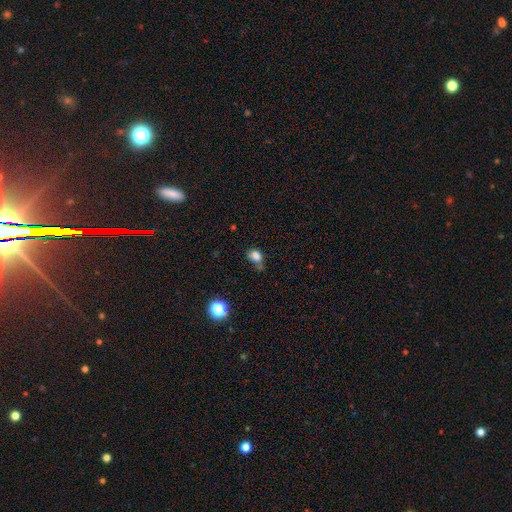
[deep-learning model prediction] This is likely a smooth galaxy (79%). How rounded: likely in between (62%). Merging: marginally none (44%).